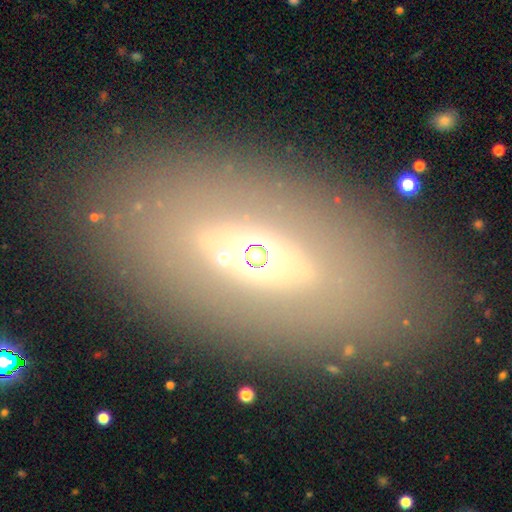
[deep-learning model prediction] A featured or disk galaxy (41%).

Vote fractions:
- Smooth or featured? featured or disk: 41% / smooth: 40% / star or artifact: 19%
- Merging? none: 80% / minor disturbance: 11% / major disturbance: 6% / merger: 3%